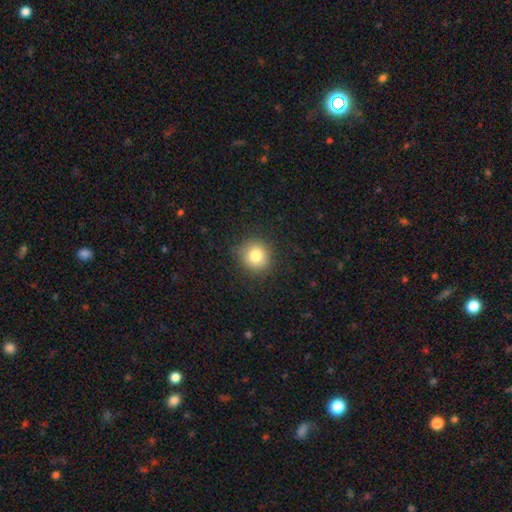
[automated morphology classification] Smooth or featured? Predicted: smooth (p=0.80). How rounded? Predicted: round (p=0.90). Merging? Predicted: none (p=0.83).